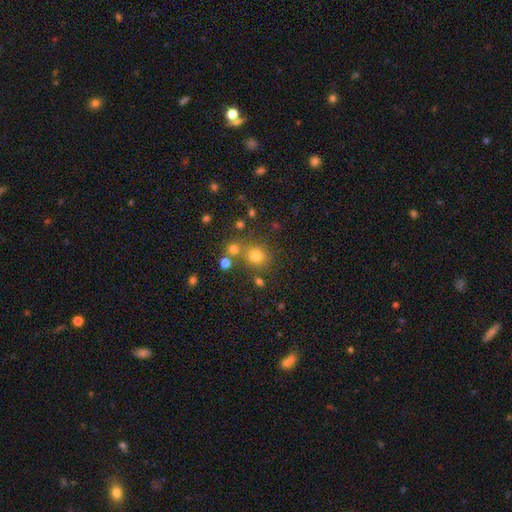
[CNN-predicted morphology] Smooth or featured?
  - smooth: 74% *
  - star or artifact: 18%
  - featured or disk: 8%
How rounded?
  - round: 85% *
  - in between: 14%
  - cigar-shaped: 1%
Merging?
  - none: 69% *
  - merger: 17%
  - minor disturbance: 10%
  - major disturbance: 4%